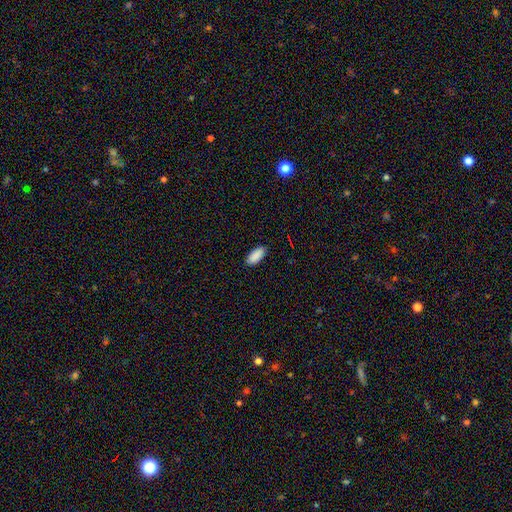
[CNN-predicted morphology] The model was most divided on "how rounded": in between: 89%, cigar-shaped: 10%, round: 2%. More confident: smooth or featured — smooth (91%); merging — none (89%).